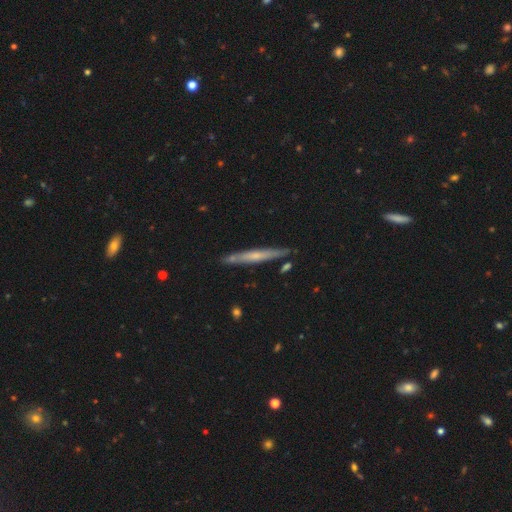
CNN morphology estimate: Q: Smooth or featured?
A: featured or disk (53%); runner-up: smooth (42%)
Q: Edge-on disk?
A: yes (93%); runner-up: no (7%)
Q: Merging?
A: none (85%); runner-up: minor disturbance (10%)